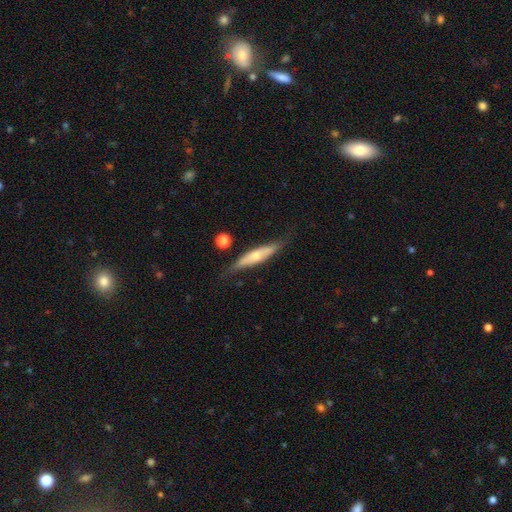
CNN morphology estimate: This is possibly a featured or disk galaxy (51%). It is likely viewed edge-on (79%). Merging: likely none (73%).